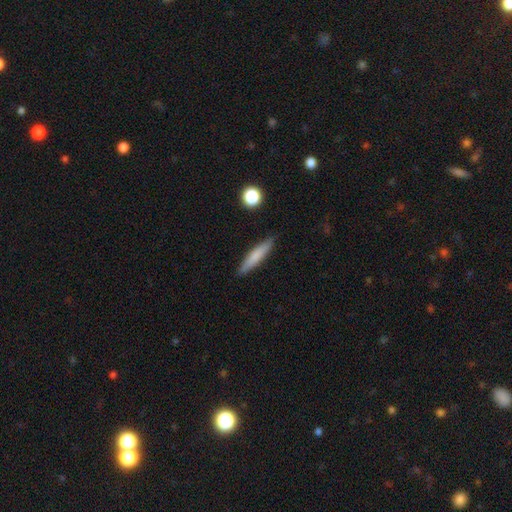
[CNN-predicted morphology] A smooth galaxy with no disk features (73%) that is cigar-shaped (89%).

Vote fractions:
- Smooth or featured? smooth: 73% / featured or disk: 21% / star or artifact: 6%
- How rounded? cigar-shaped: 89% / in between: 9% / round: 2%
- Merging? none: 88% / minor disturbance: 8% / major disturbance: 2% / merger: 1%